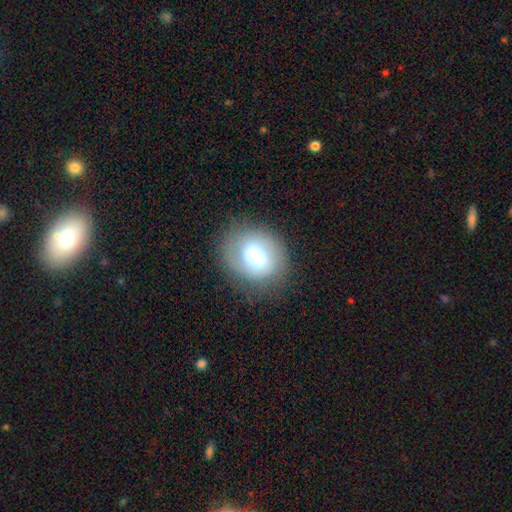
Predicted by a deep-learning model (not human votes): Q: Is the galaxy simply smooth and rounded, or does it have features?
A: smooth — 59%.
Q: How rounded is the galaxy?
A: round — 58%.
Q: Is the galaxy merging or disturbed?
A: none — 71%.